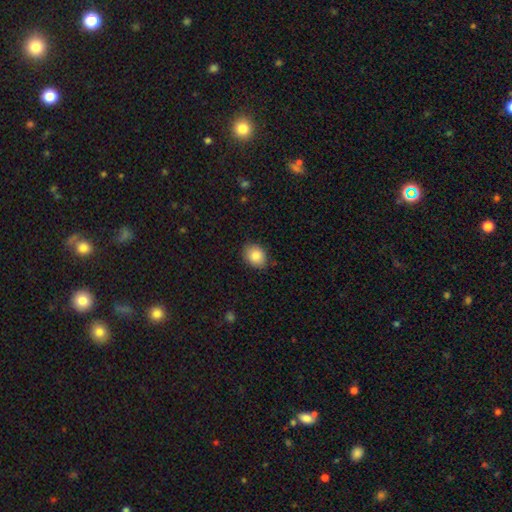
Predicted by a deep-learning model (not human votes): This is clearly a smooth galaxy (85%). How rounded: possibly in between (57%). Merging: clearly none (86%).